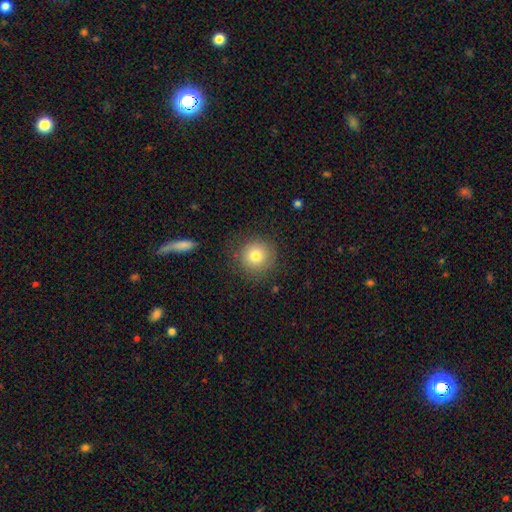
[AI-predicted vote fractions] Smooth or featured: smooth — 78% (featured or disk — 12%)
How rounded: round — 93% (in between — 6%)
Merging: none — 83% (minor disturbance — 11%)